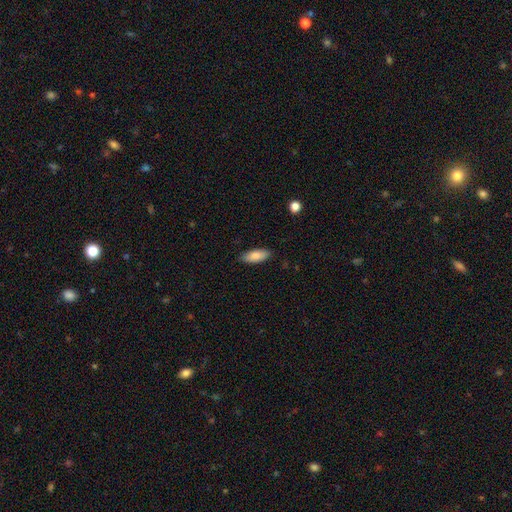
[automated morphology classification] The model was most divided on "how rounded": in between: 79%, cigar-shaped: 19%, round: 2%. More confident: merging — none (86%); smooth or featured — smooth (85%).